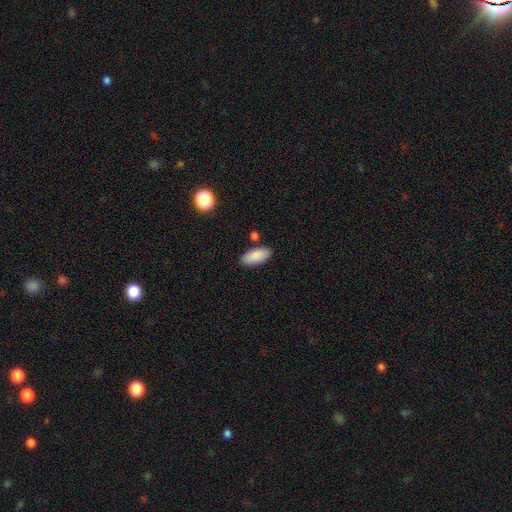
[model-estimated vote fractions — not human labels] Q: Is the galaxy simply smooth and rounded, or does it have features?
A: smooth — 88%.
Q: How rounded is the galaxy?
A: in between — 91%.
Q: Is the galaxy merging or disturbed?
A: none — 82%.